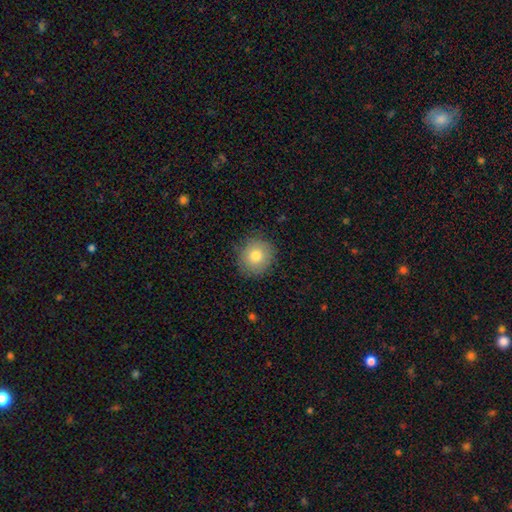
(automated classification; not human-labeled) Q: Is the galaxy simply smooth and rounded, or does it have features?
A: smooth — 79%.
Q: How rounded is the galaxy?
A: round — 88%.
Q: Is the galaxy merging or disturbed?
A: none — 85%.